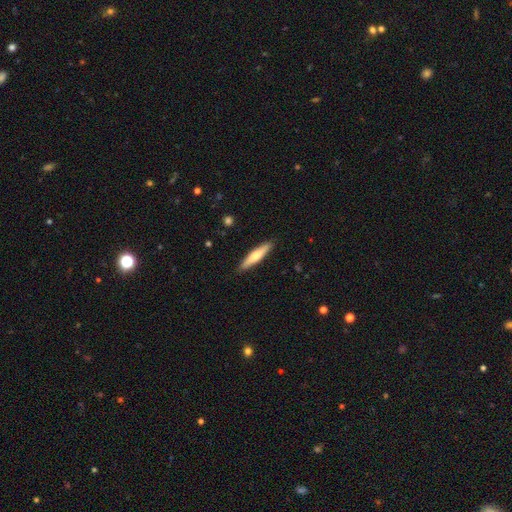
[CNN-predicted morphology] smooth_or_featured: smooth (p=0.53) [alt: featured or disk p=0.41]
how_rounded: cigar-shaped (p=0.85) [alt: in between p=0.14]
merging: none (p=0.90) [alt: minor disturbance p=0.07]